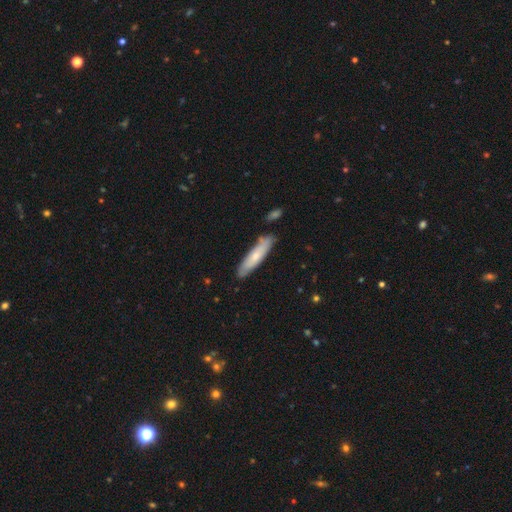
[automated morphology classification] Smooth or featured?
  - smooth: 59% *
  - featured or disk: 35%
  - star or artifact: 6%
How rounded?
  - cigar-shaped: 80% *
  - in between: 19%
  - round: 1%
Merging?
  - none: 80% *
  - minor disturbance: 14%
  - merger: 4%
  - major disturbance: 2%